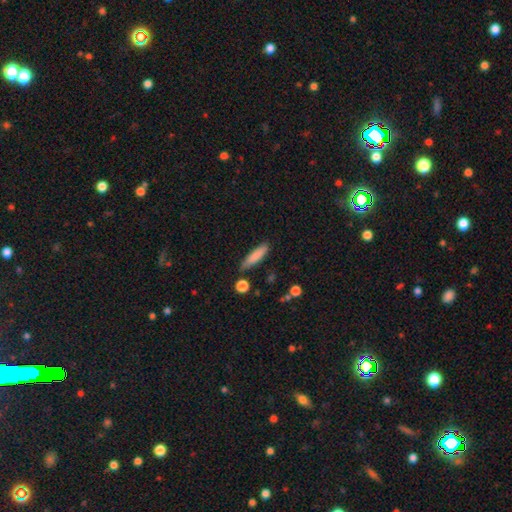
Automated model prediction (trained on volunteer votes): smooth_or_featured: smooth (p=0.81) [alt: featured or disk p=0.12]
how_rounded: cigar-shaped (p=0.76) [alt: in between p=0.23]
merging: none (p=0.78) [alt: minor disturbance p=0.15]